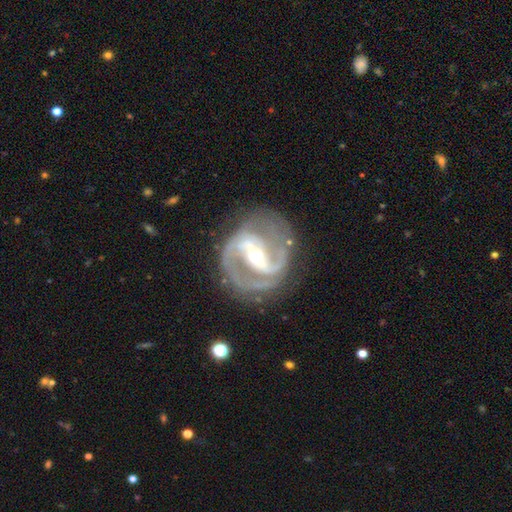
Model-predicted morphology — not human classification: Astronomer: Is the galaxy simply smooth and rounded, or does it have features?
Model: featured or disk — 91%.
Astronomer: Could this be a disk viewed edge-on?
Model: no — 97%.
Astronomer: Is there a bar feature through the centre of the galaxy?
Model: strong — 59%.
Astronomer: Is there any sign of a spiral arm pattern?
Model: yes — 97%.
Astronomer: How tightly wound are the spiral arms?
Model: medium — 57%.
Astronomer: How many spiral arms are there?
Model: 2 — 87%.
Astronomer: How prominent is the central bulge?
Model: moderate — 64%.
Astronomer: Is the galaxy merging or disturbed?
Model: none — 74%.